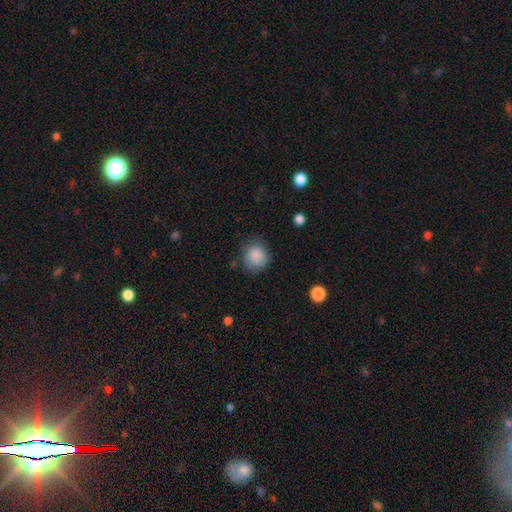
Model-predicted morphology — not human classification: This appears to be a smooth galaxy with no disk features (87%) that is round (86%). Merging: none (78%).